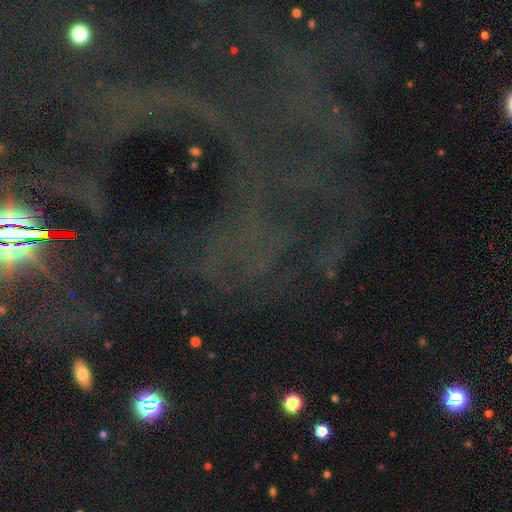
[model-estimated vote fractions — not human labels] Smooth or featured? star or artifact (69%)